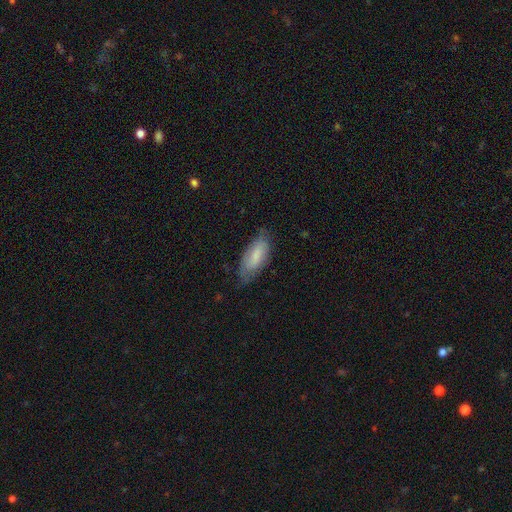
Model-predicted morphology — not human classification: Q: Smooth or featured?
A: smooth (75%); runner-up: featured or disk (19%)
Q: How rounded?
A: in between (80%); runner-up: cigar-shaped (18%)
Q: Merging?
A: none (66%); runner-up: minor disturbance (26%)